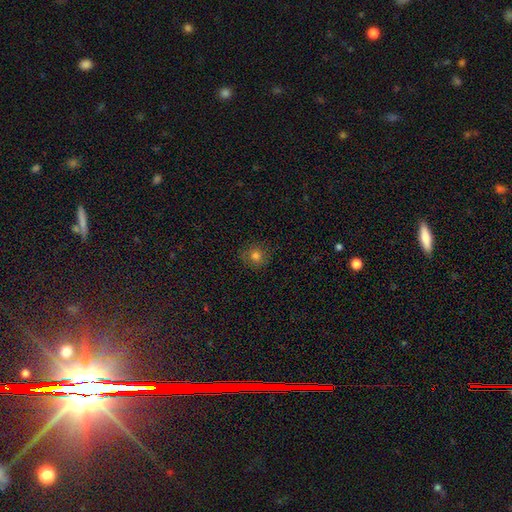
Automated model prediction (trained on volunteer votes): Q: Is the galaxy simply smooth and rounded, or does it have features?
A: smooth — 78%.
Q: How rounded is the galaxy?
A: round — 89%.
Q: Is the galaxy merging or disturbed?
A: none — 86%.